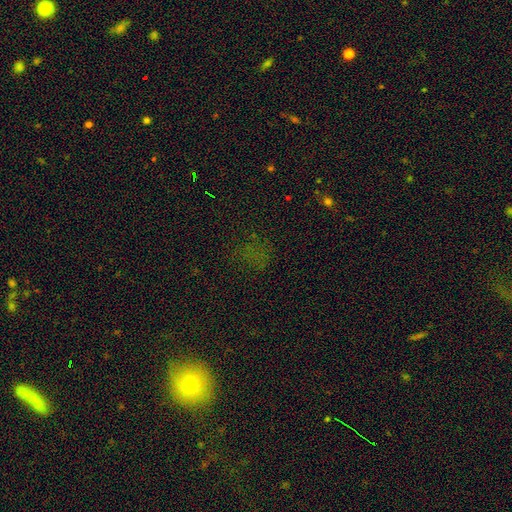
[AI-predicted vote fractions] A star or artifact, not a galaxy (48%).

Vote fractions:
- Smooth or featured? star or artifact: 48% / smooth: 40% / featured or disk: 12%